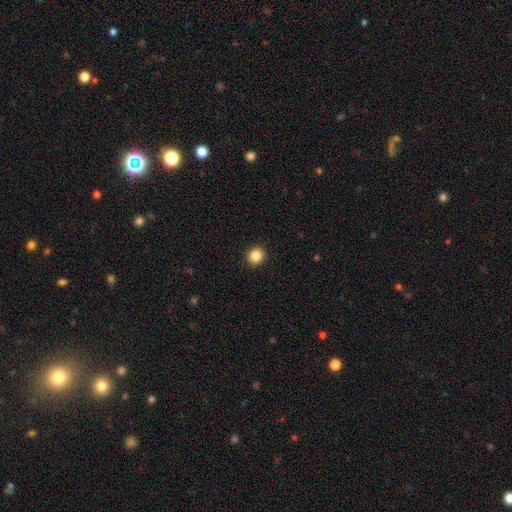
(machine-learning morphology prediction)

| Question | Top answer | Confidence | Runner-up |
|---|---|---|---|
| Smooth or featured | smooth | 86% | star or artifact (10%) |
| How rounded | round | 83% | in between (16%) |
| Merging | none | 92% | minor disturbance (5%) |